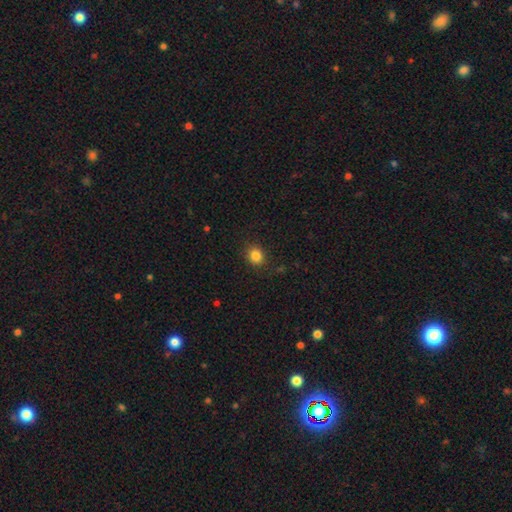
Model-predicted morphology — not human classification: Q: Smooth or featured?
A: smooth (84%); runner-up: star or artifact (11%)
Q: How rounded?
A: round (72%); runner-up: in between (27%)
Q: Merging?
A: none (87%); runner-up: minor disturbance (9%)